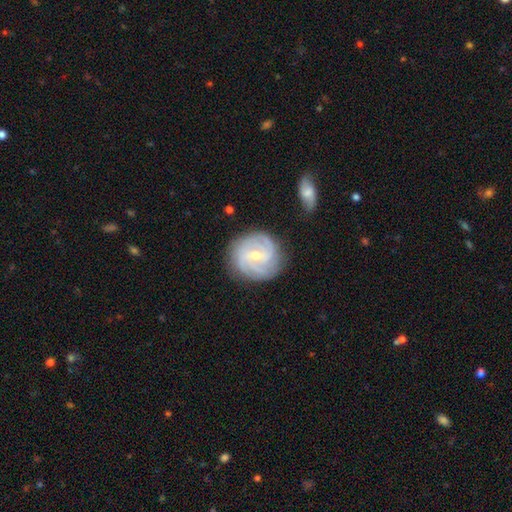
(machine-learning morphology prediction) smooth-or-featured: featured or disk: 82% | smooth: 12% | star or artifact: 6%
  disk-edge-on: no: 97% | yes: 3%
    bar: weak: 52% | no: 32% | strong: 16%
    has-spiral-arms: yes: 95% | no: 5%
      spiral-winding: tight: 65% | medium: 28% | loose: 7%
      spiral-arm-count: 3: 31% | can't tell: 23% | 4: 20% | 2: 16% | more than 4: 6% | 1: 5%
    bulge-size: small: 52% | moderate: 44% | large: 1% | none: 1% | dominant: 1%
  merging: none: 81% | minor disturbance: 13% | major disturbance: 4% | merger: 2%